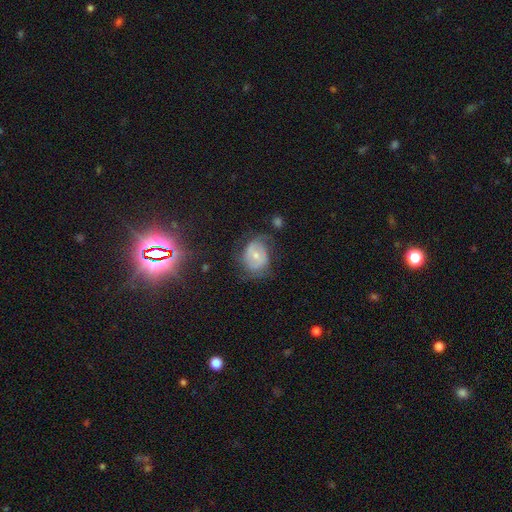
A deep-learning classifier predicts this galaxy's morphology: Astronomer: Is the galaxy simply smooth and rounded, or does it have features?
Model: featured or disk — 52% (runner-up: smooth, 38%).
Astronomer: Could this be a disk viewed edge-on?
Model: no — 96%.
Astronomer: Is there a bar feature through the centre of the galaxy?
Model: no — 49% (runner-up: weak, 39%).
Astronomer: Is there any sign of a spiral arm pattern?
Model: yes — 69%.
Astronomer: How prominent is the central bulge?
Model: small — 52% (runner-up: moderate, 42%).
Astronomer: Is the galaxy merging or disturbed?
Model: none — 50% (runner-up: minor disturbance, 28%).